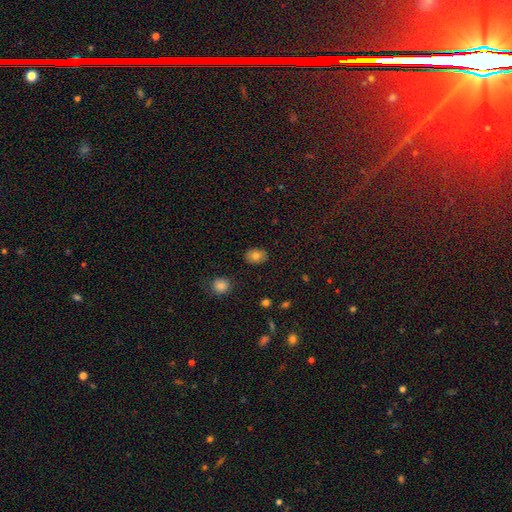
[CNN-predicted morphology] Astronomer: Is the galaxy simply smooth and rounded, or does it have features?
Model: smooth — 80%.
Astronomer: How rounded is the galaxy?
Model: in between — 70%.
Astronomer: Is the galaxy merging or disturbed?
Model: none — 87%.